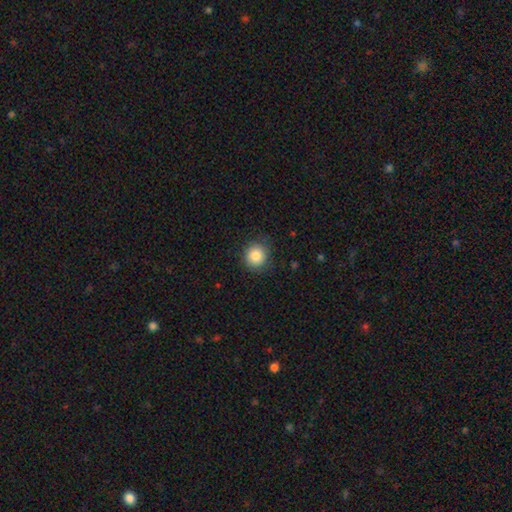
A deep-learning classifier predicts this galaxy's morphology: Overall: smooth (86%). How rounded: round (90%). Merging: none (84%).